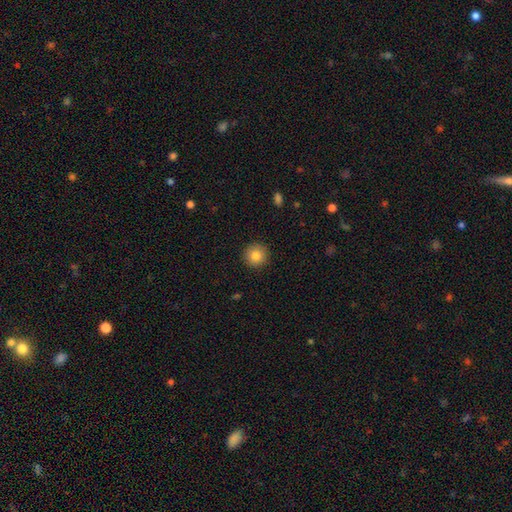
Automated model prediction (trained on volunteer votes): Smooth or featured? Predicted: smooth (p=0.84). How rounded? Predicted: round (p=0.95). Merging? Predicted: none (p=0.92).